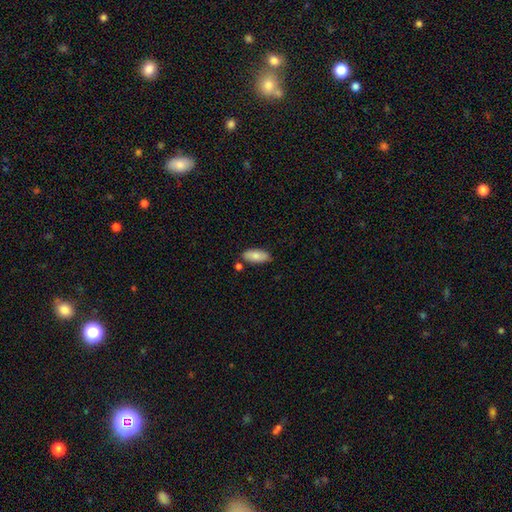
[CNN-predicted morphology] Overall: smooth (82%). How rounded: in between (85%). Merging: none (77%).